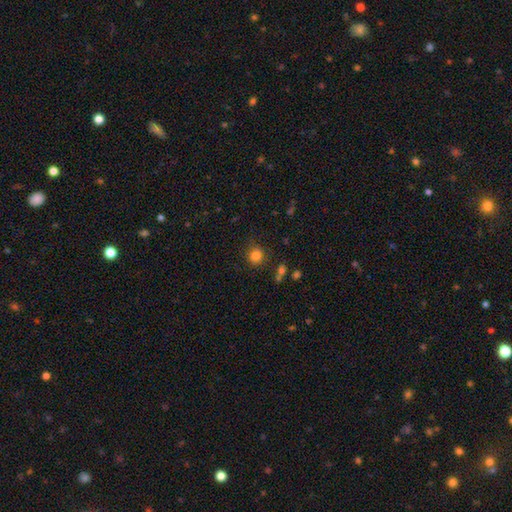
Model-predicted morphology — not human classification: A smooth galaxy with no disk features (82%) that is round (84%).

Vote fractions:
- Smooth or featured? smooth: 82% / star or artifact: 13% / featured or disk: 5%
- How rounded? round: 84% / in between: 15% / cigar-shaped: 1%
- Merging? none: 80% / minor disturbance: 13% / major disturbance: 4% / merger: 4%